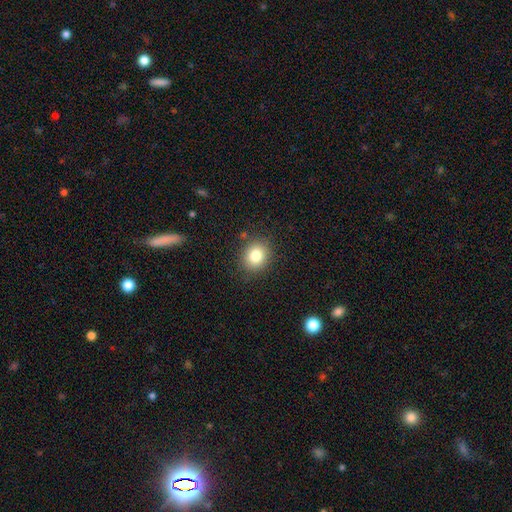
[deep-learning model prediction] smooth-or-featured: smooth: 81% | star or artifact: 11% | featured or disk: 8%
  how-rounded: round: 68% | in between: 31% | cigar-shaped: 1%
  merging: none: 86% | minor disturbance: 9% | major disturbance: 3% | merger: 2%